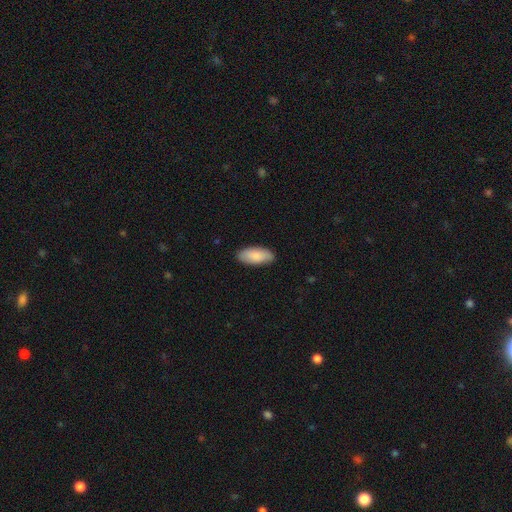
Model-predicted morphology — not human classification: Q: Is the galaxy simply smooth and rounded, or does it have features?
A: smooth — 87%.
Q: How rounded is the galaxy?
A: in between — 87%.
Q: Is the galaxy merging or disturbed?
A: none — 88%.